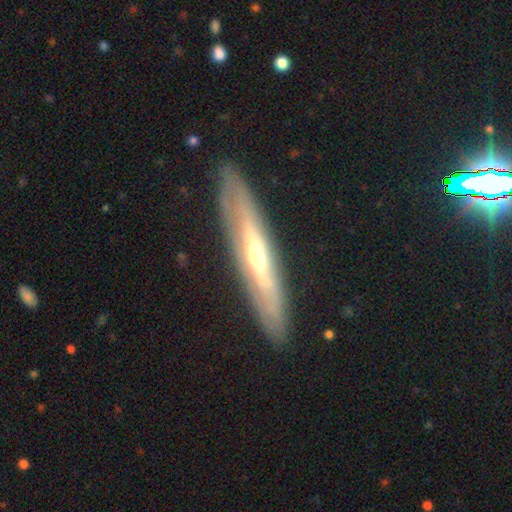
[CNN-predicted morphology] Smooth or featured? featured or disk (73%)
Edge-on disk? yes (69%)
Merging? none (85%)